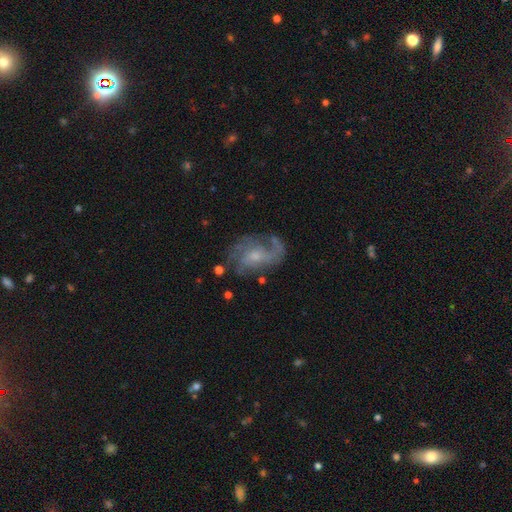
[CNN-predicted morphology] smooth-or-featured: featured or disk: 78% | smooth: 14% | star or artifact: 8%
  disk-edge-on: no: 97% | yes: 3%
    bar: no: 59% | weak: 36% | strong: 5%
    has-spiral-arms: yes: 88% | no: 12%
      spiral-winding: medium: 42% | loose: 36% | tight: 22%
      spiral-arm-count: 2: 32% | can't tell: 28% | 3: 17% | 1: 13% | 4: 6% | more than 4: 5%
    bulge-size: small: 60% | moderate: 31% | none: 6% | large: 2% | dominant: 1%
  merging: none: 58% | minor disturbance: 20% | major disturbance: 19% | merger: 3%